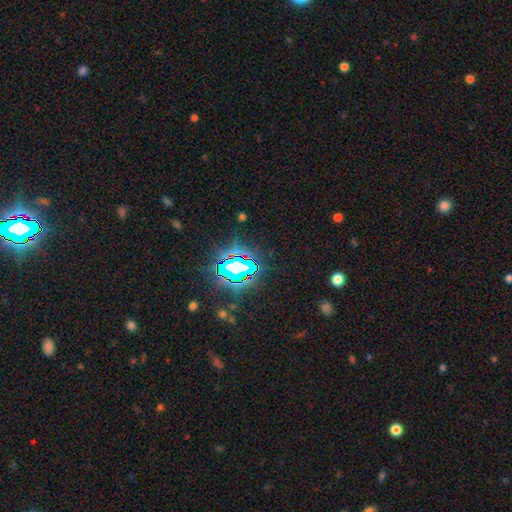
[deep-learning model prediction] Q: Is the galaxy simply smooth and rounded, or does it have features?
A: star or artifact — 83%.